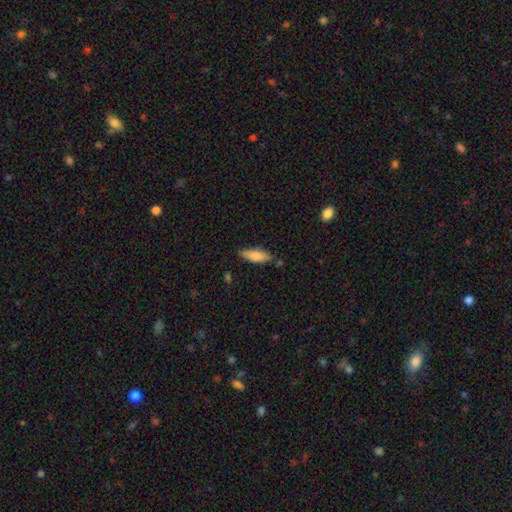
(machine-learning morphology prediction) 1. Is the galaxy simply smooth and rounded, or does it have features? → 78% smooth, 16% featured or disk, 6% star or artifact.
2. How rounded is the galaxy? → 51% in between, 48% cigar-shaped, 2% round.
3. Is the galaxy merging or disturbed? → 78% none, 16% minor disturbance, 4% merger, 3% major disturbance.